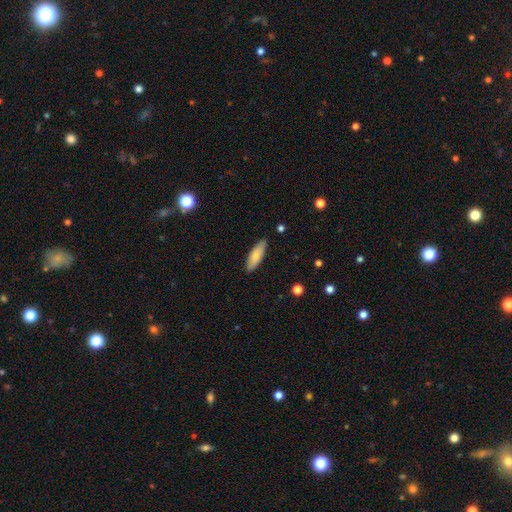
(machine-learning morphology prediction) The model was most divided on "how rounded": in between: 54%, cigar-shaped: 45%, round: 2%. More confident: merging — none (87%); smooth or featured — smooth (82%).